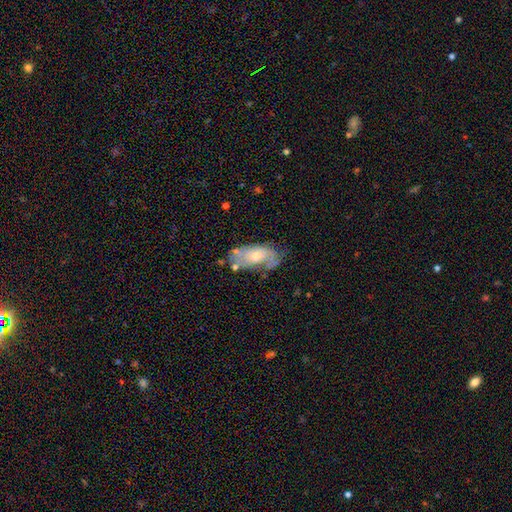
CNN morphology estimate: A featured or disk galaxy (55%) with no bar (79%), spiral arms (61%) and a moderate central bulge (47%). Merging: none (47%).